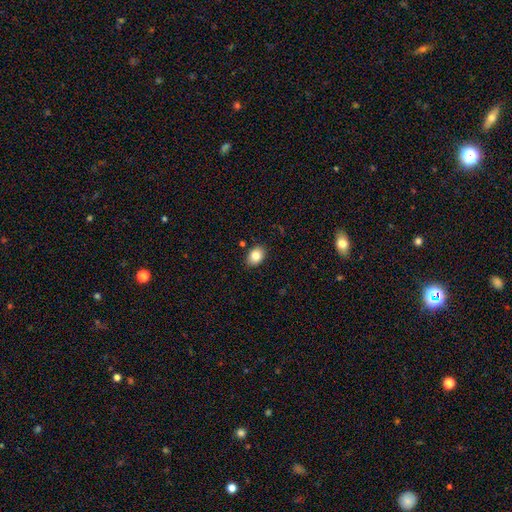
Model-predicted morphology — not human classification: Smooth or featured?
  - smooth: 84% *
  - star or artifact: 9%
  - featured or disk: 7%
How rounded?
  - in between: 72% *
  - round: 27%
  - cigar-shaped: 1%
Merging?
  - none: 86% *
  - minor disturbance: 10%
  - major disturbance: 2%
  - merger: 2%